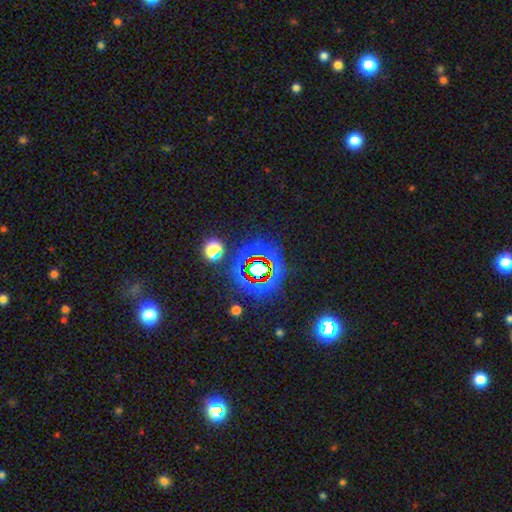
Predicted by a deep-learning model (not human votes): Overall: star or artifact (76%).